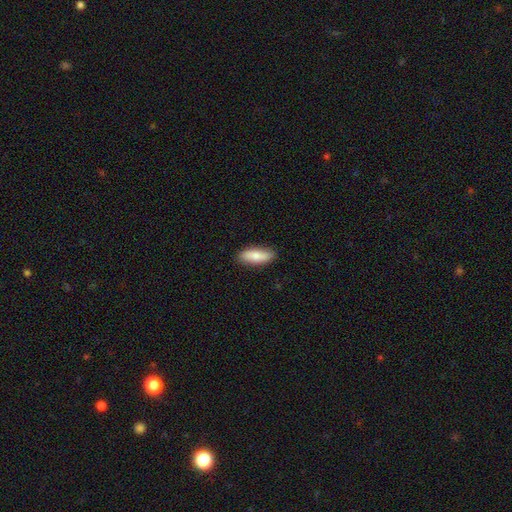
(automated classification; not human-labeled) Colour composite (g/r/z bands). It shows a smooth galaxy with no disk features (78%) that is in between round and cigar-shaped (67%). Merging: none (88%).